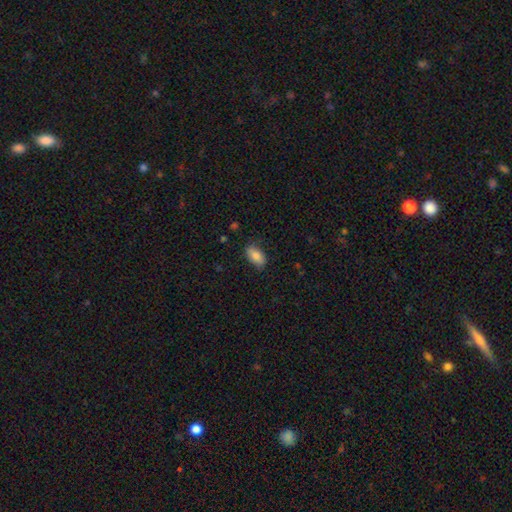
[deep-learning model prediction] smooth-or-featured: smooth: 84% | featured or disk: 9% | star or artifact: 7%
  how-rounded: in between: 91% | round: 5% | cigar-shaped: 4%
  merging: none: 78% | minor disturbance: 17% | major disturbance: 4% | merger: 1%